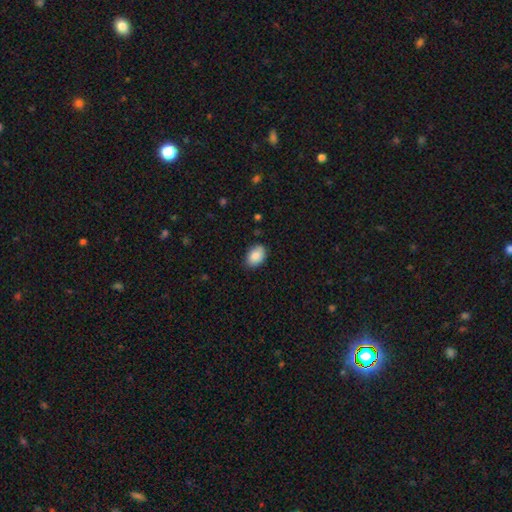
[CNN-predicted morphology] Smooth or featured? smooth (87%)
How rounded? in between (82%)
Merging? none (82%)